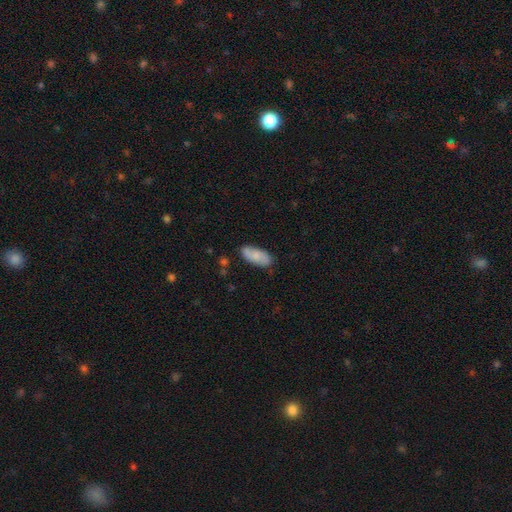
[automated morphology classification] A smooth galaxy with no disk features (69%) that is in between round and cigar-shaped (86%).

Vote fractions:
- Smooth or featured? smooth: 69% / featured or disk: 25% / star or artifact: 6%
- How rounded? in between: 86% / cigar-shaped: 11% / round: 2%
- Merging? none: 80% / minor disturbance: 15% / major disturbance: 3% / merger: 2%